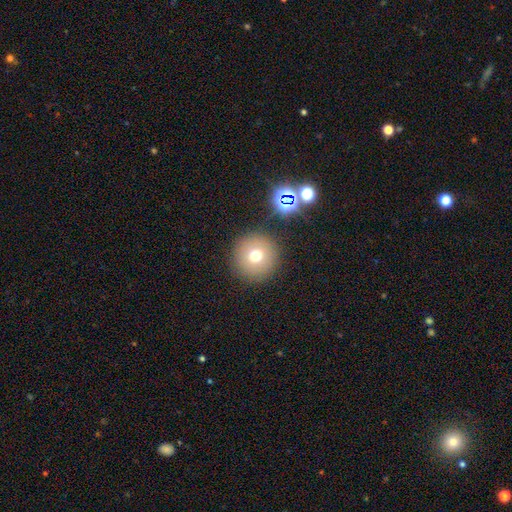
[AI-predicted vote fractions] This is likely a smooth galaxy (70%). How rounded: clearly round (96%). Merging: clearly none (88%).